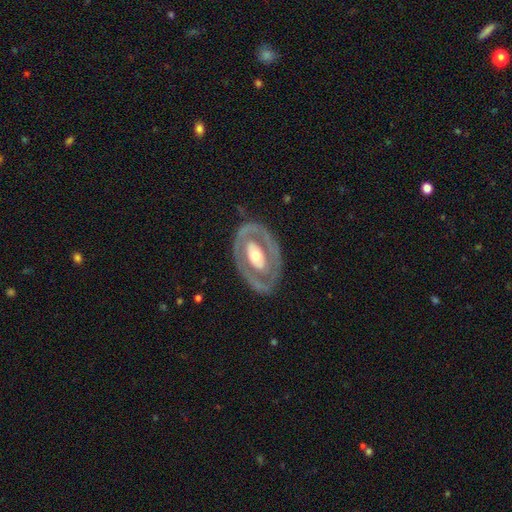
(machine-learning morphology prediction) Smooth or featured?
  - featured or disk: 71% *
  - smooth: 25%
  - star or artifact: 4%
Edge-on disk?
  - no: 92% *
  - yes: 8%
Bar?
  - no: 65% *
  - weak: 20%
  - strong: 15%
Spiral arms?
  - no: 71% *
  - yes: 29%
Bulge size?
  - moderate: 66% *
  - large: 20%
  - small: 12%
  - dominant: 2%
  - none: 1%
Merging?
  - none: 77% *
  - minor disturbance: 14%
  - major disturbance: 7%
  - merger: 1%